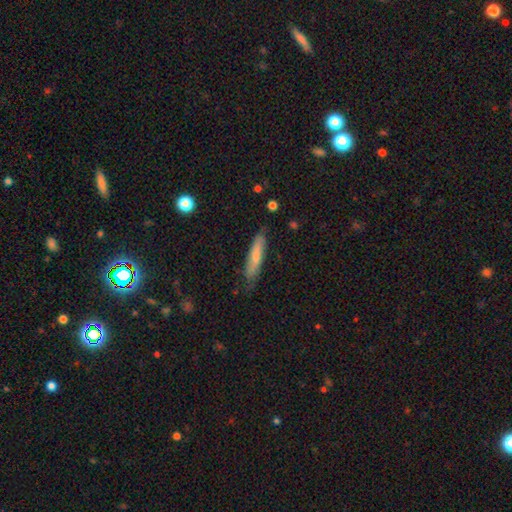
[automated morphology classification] Smooth or featured?
  - smooth: 73% *
  - featured or disk: 22%
  - star or artifact: 6%
How rounded?
  - cigar-shaped: 83% *
  - in between: 16%
  - round: 1%
Merging?
  - none: 76% *
  - minor disturbance: 19%
  - major disturbance: 4%
  - merger: 2%